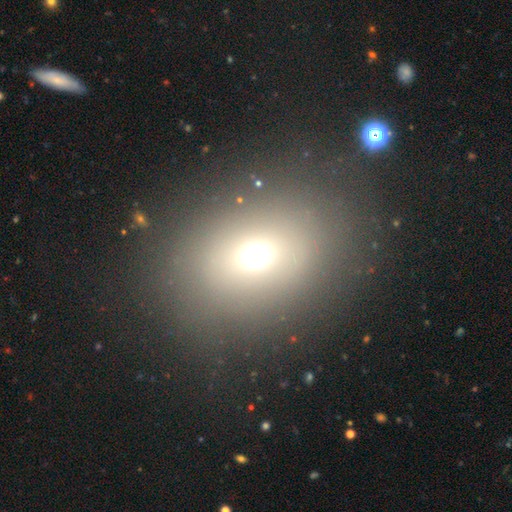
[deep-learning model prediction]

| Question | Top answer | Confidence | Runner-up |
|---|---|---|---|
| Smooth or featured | smooth | 66% | star or artifact (21%) |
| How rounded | in between | 55% | round (44%) |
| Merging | none | 81% | minor disturbance (10%) |